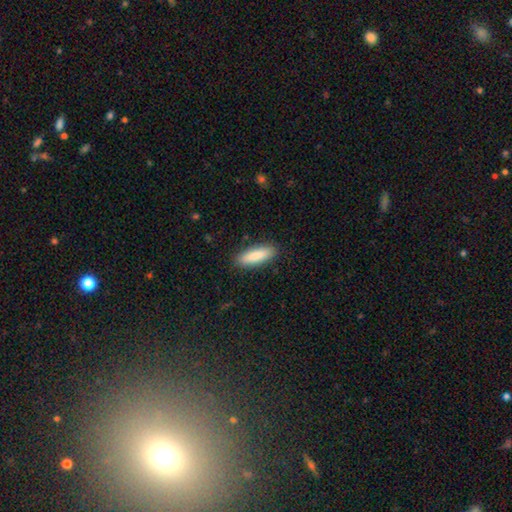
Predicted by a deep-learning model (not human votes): smooth-or-featured: smooth: 87% | featured or disk: 7% | star or artifact: 6%
  how-rounded: cigar-shaped: 52% | in between: 47% | round: 2%
  merging: none: 89% | minor disturbance: 8% | major disturbance: 2% | merger: 1%